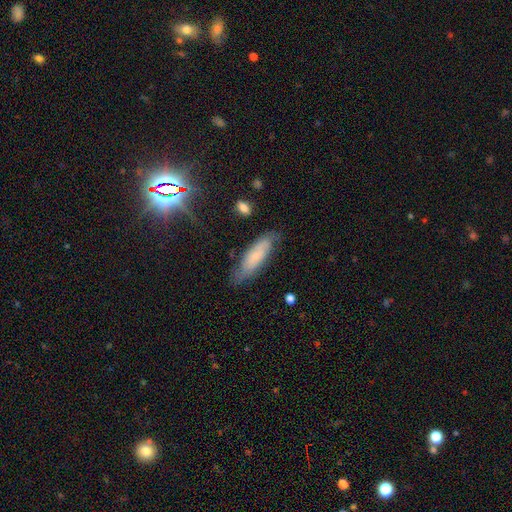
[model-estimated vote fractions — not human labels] Morphology: type=smooth (60%); roundness=cigar-shaped (53%); merging=none (71%).